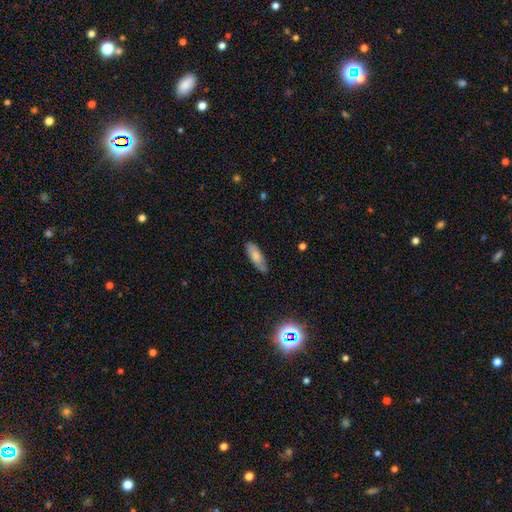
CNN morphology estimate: smooth 76%, featured or disk 17%, star or artifact 6%. Down the decision tree: how rounded — in between (56%); merging — none (82%).